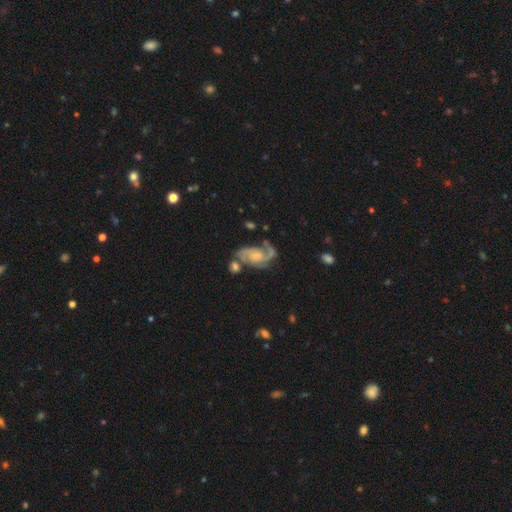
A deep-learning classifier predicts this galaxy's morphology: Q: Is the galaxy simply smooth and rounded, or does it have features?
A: featured or disk — 88%.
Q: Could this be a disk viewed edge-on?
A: no — 97%.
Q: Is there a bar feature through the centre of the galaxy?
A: no — 62%.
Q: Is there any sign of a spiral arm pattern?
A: yes — 97%.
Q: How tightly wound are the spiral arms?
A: medium — 52%.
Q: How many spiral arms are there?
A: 2 — 83%.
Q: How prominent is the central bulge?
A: small — 38%.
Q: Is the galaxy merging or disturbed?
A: none — 52%.